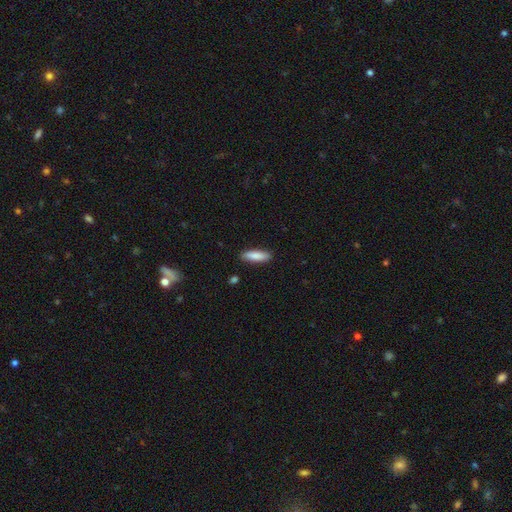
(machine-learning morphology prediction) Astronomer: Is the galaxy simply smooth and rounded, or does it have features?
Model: smooth — 84%.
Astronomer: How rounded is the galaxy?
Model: cigar-shaped — 53% (runner-up: in between, 45%).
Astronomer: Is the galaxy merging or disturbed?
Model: none — 88%.